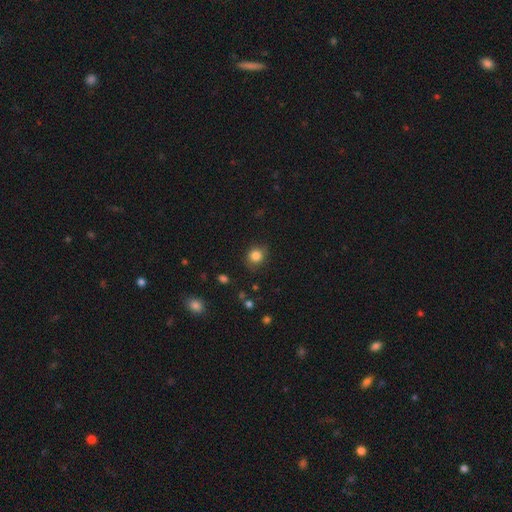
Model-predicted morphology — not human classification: Smooth or featured? Predicted: smooth (p=0.84). How rounded? Predicted: round (p=0.78). Merging? Predicted: none (p=0.79).